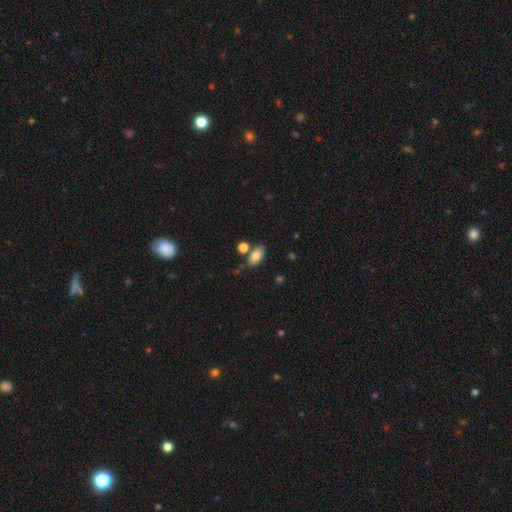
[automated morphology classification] Overall: smooth (81%). How rounded: in between (90%). Merging: none (69%).